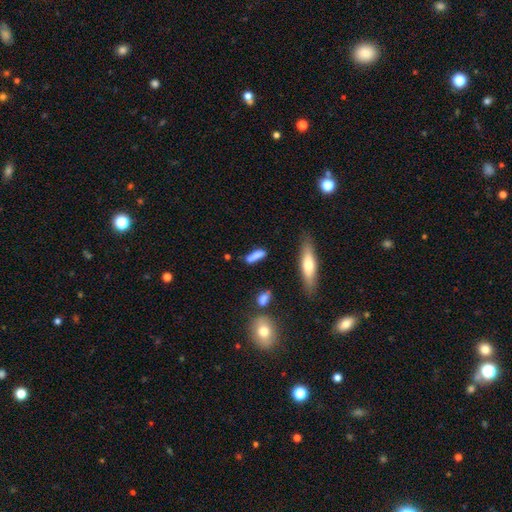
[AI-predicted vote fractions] Overall: smooth (76%). How rounded: cigar-shaped (66%; in between 31%). Merging: none (67%).